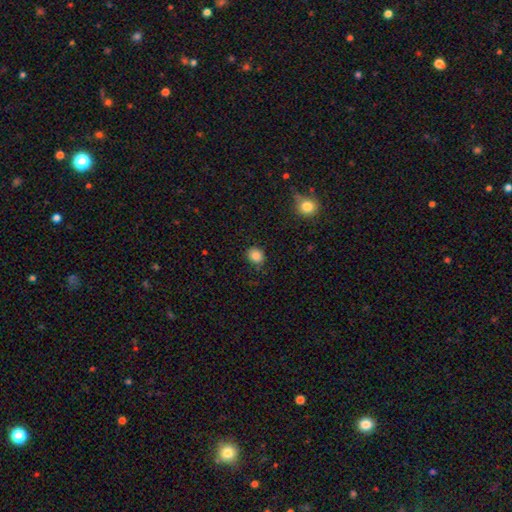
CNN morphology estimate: The model was most divided on "how rounded": round: 71%, in between: 28%, cigar-shaped: 1%. More confident: merging — none (85%); smooth or featured — smooth (85%).